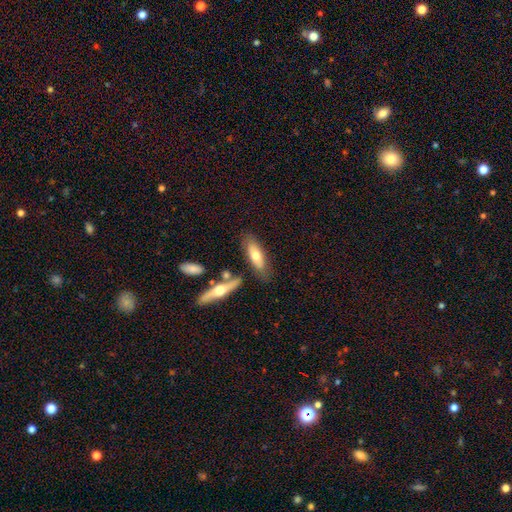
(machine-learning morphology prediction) A smooth galaxy with no disk features (61%) that is in between round and cigar-shaped (57%).

Vote fractions:
- Smooth or featured? smooth: 61% / featured or disk: 33% / star or artifact: 6%
- How rounded? in between: 57% / cigar-shaped: 41% / round: 2%
- Merging? none: 68% / minor disturbance: 16% / merger: 12% / major disturbance: 4%